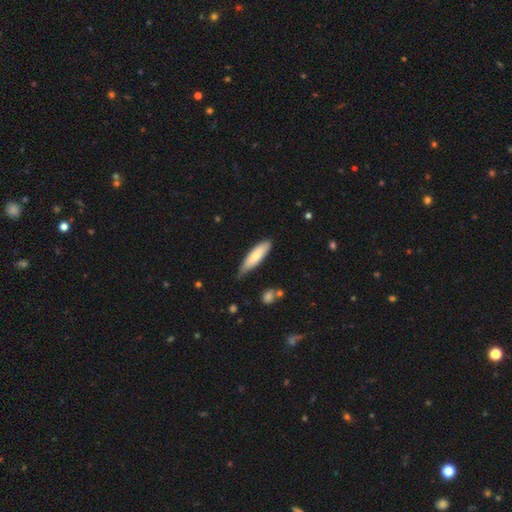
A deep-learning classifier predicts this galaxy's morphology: Smooth or featured? Predicted: smooth (p=0.72). How rounded? Predicted: cigar-shaped (p=0.63). Merging? Predicted: none (p=0.70).